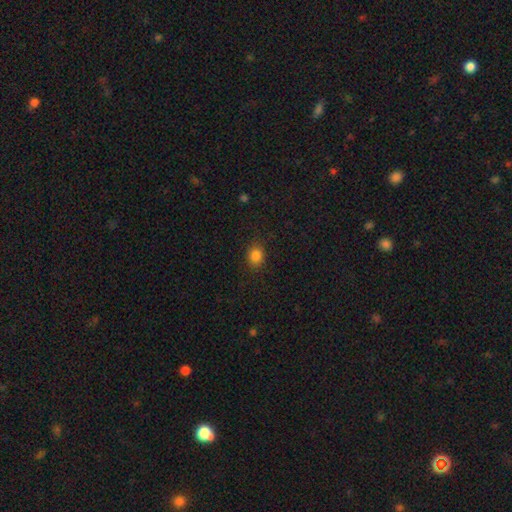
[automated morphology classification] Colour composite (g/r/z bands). It shows a smooth galaxy with no disk features (83%) that is round (60%). Merging: none (86%).